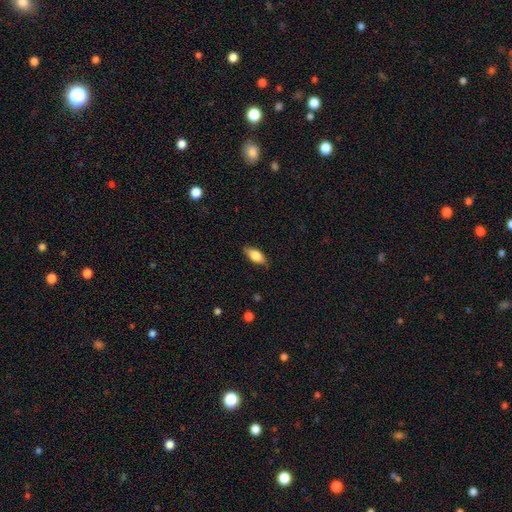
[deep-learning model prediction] Smooth or featured?
  - smooth: 77% *
  - featured or disk: 16%
  - star or artifact: 7%
How rounded?
  - in between: 83% *
  - cigar-shaped: 13%
  - round: 3%
Merging?
  - none: 82% *
  - minor disturbance: 14%
  - major disturbance: 3%
  - merger: 1%